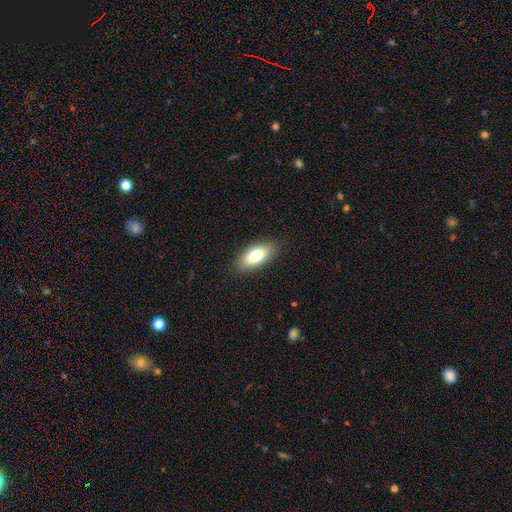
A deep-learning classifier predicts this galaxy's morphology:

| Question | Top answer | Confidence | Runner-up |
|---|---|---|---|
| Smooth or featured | smooth | 78% | featured or disk (15%) |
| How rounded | in between | 86% | cigar-shaped (11%) |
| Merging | none | 87% | minor disturbance (10%) |